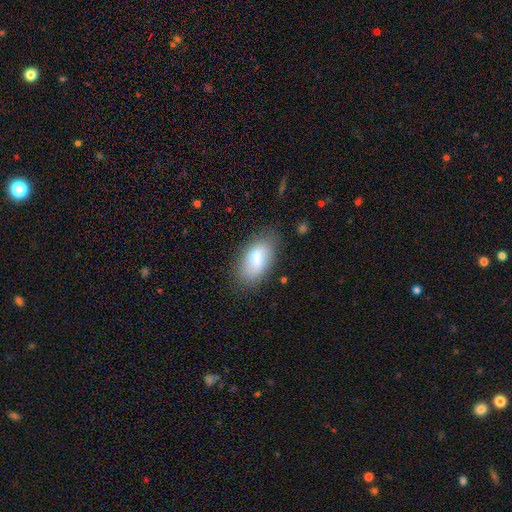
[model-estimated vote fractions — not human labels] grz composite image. It shows a smooth galaxy with no disk features (73%) that is in between round and cigar-shaped (93%). Merging: none (72%).